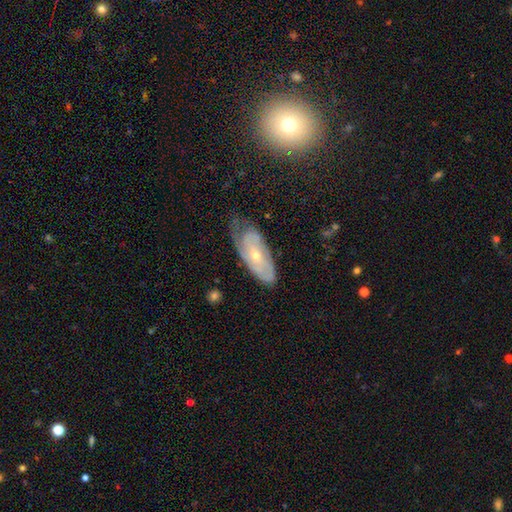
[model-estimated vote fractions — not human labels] Smooth or featured? Predicted: featured or disk (p=0.70). Edge-on disk? Predicted: no (p=0.89). Bar? Predicted: no (p=0.73). Spiral arms? Predicted: yes (p=0.85). Spiral winding? Predicted: tight (p=0.63). Spiral arm count? Predicted: can't tell (p=0.44). Bulge size? Predicted: small (p=0.59). Merging? Predicted: none (p=0.52).